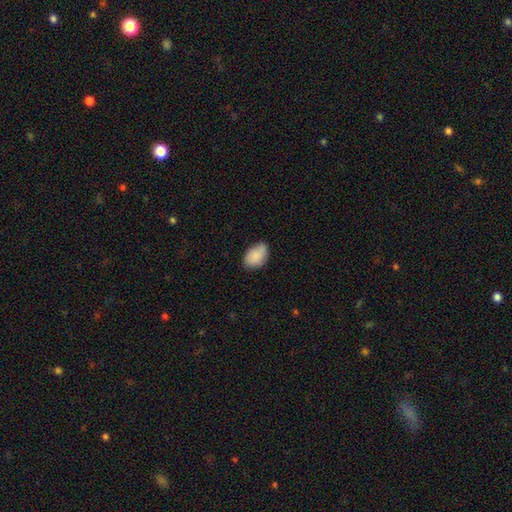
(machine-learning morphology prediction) This appears to be a smooth galaxy with no disk features (87%) that is in between round and cigar-shaped (90%). Merging: none (68%).